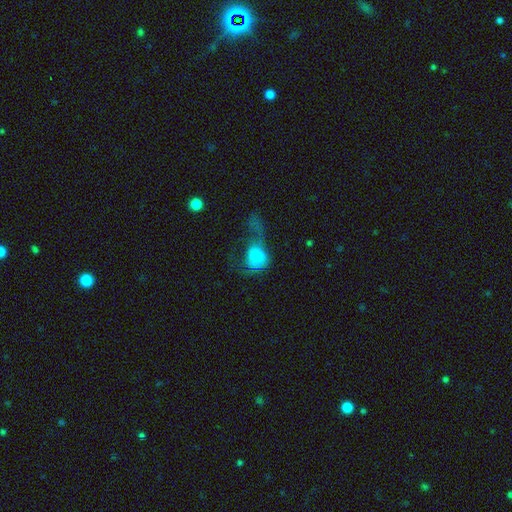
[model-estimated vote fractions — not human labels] Morphology: type=smooth (69%); roundness=round (53%); merging=major disturbance (64%).